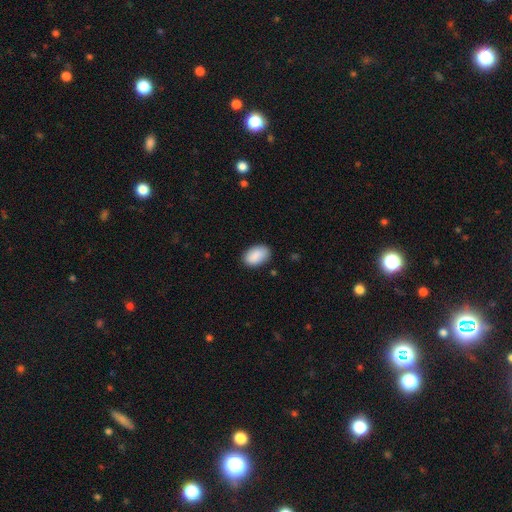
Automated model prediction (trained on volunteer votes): Smooth or featured? smooth (89%)
How rounded? in between (91%)
Merging? none (84%)